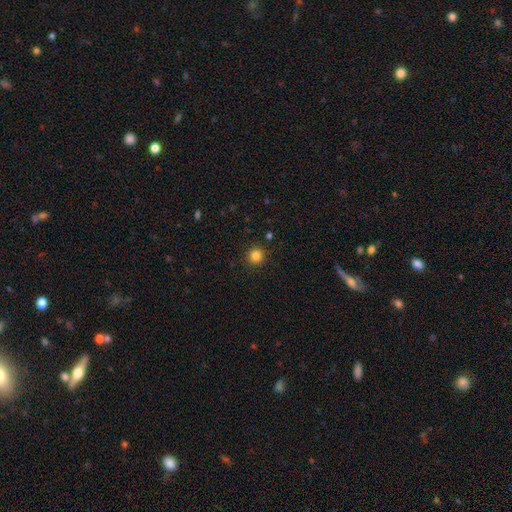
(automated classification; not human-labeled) smooth 84%, star or artifact 12%, featured or disk 4%. Down the decision tree: how rounded — round (93%); merging — none (91%).